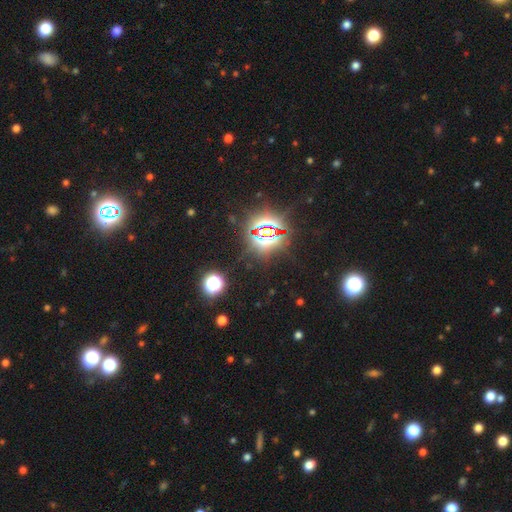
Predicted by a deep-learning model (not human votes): Smooth or featured?
  - star or artifact: 84% *
  - smooth: 10%
  - featured or disk: 6%